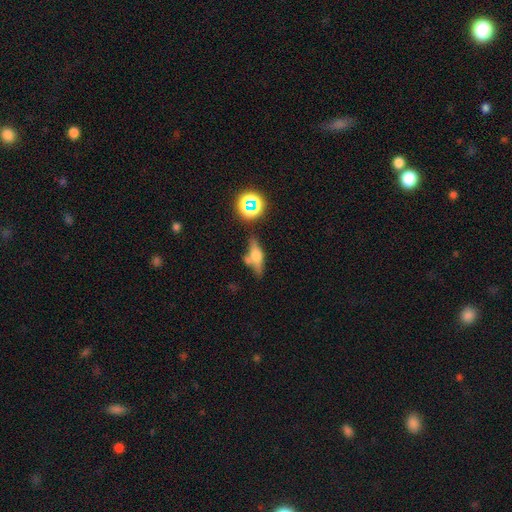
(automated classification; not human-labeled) Morphology: type=featured or disk (45%); merging=none (53%).